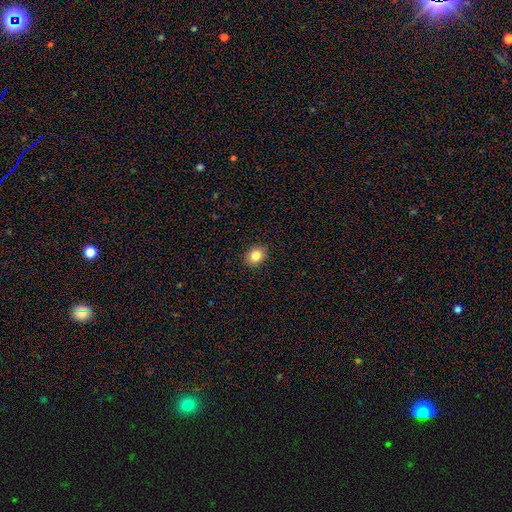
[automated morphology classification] Smooth or featured?
  - smooth: 84% *
  - star or artifact: 10%
  - featured or disk: 7%
How rounded?
  - round: 50% *
  - in between: 49%
  - cigar-shaped: 1%
Merging?
  - none: 90% *
  - minor disturbance: 7%
  - major disturbance: 2%
  - merger: 1%